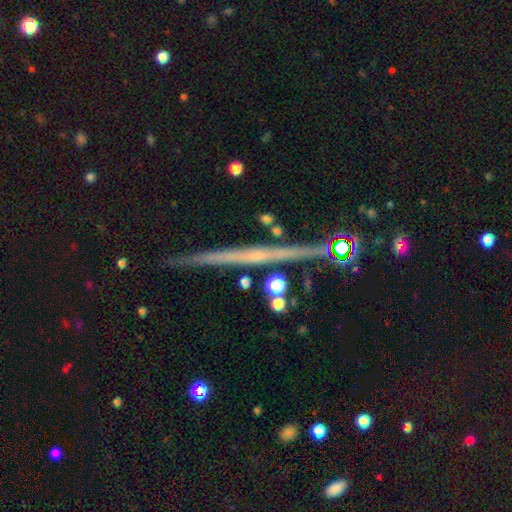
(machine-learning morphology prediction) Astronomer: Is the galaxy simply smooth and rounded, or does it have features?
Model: featured or disk — 70%.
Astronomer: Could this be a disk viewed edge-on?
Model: yes — 98%.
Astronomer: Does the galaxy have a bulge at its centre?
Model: none — 72%.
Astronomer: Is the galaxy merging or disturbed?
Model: none — 88%.